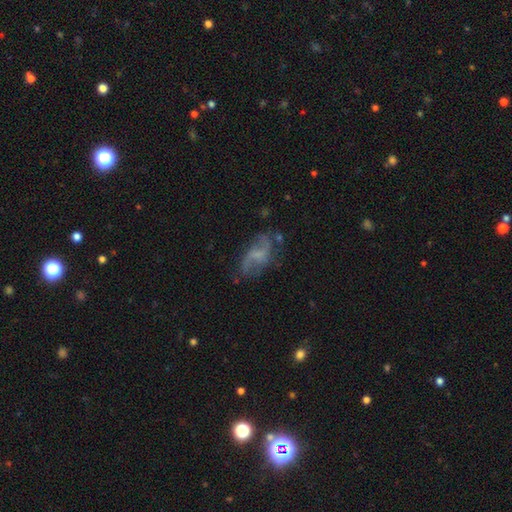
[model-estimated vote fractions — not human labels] smooth_or_featured: featured or disk (p=0.68) [alt: smooth p=0.22]
disk_edge_on: no (p=0.95) [alt: yes p=0.05]
bar: no (p=0.48) [alt: weak p=0.42]
has_spiral_arms: yes (p=0.84) [alt: no p=0.16]
spiral_winding: loose (p=0.67) [alt: medium p=0.26]
spiral_arm_count: 2 (p=0.79) [alt: can't tell p=0.10]
bulge_size: none (p=0.44) [alt: small p=0.35]
merging: none (p=0.59) [alt: minor disturbance p=0.21]